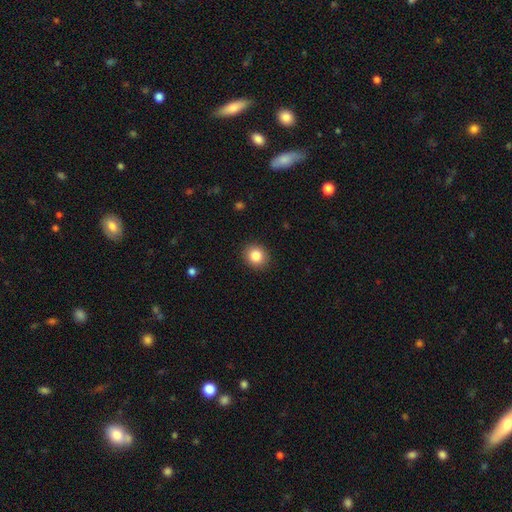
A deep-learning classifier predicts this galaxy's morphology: A smooth galaxy with no disk features (85%) that is round (80%). Merging: none (90%).